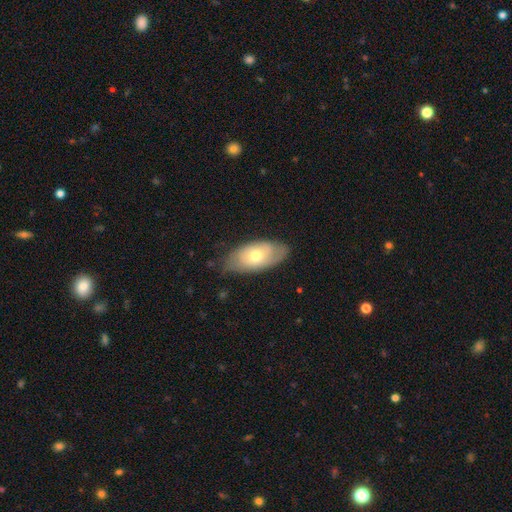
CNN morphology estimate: The model was most divided on "smooth or featured": smooth: 53%, featured or disk: 41%, star or artifact: 6%. More confident: how rounded — in between (91%); merging — none (69%).